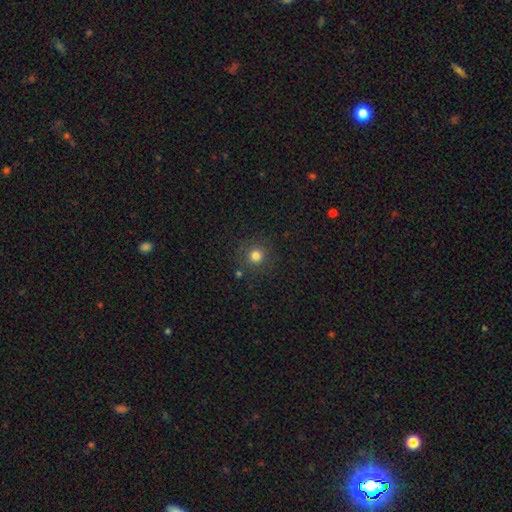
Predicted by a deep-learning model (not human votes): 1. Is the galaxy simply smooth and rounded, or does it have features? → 80% smooth, 14% star or artifact, 7% featured or disk.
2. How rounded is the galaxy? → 93% round, 6% in between, 1% cigar-shaped.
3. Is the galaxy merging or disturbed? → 85% none, 9% minor disturbance, 4% major disturbance, 3% merger.